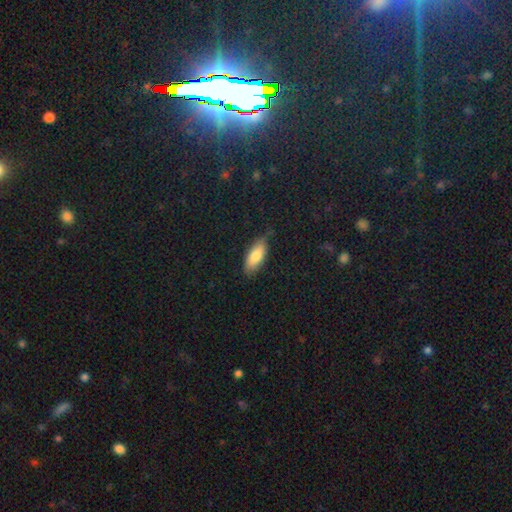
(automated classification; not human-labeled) smooth-or-featured: smooth: 79% | featured or disk: 14% | star or artifact: 7%
  how-rounded: in between: 80% | cigar-shaped: 18% | round: 2%
  merging: none: 77% | minor disturbance: 19% | major disturbance: 3% | merger: 1%